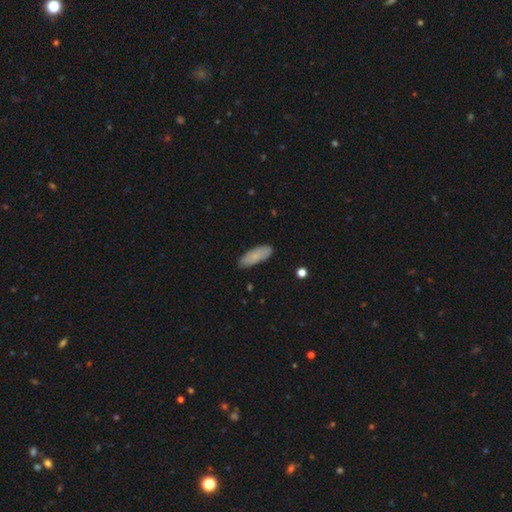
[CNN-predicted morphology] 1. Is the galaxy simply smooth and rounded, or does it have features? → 79% smooth, 14% featured or disk, 7% star or artifact.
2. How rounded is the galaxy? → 67% in between, 31% cigar-shaped, 2% round.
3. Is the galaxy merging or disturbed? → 85% none, 12% minor disturbance, 2% major disturbance, 1% merger.